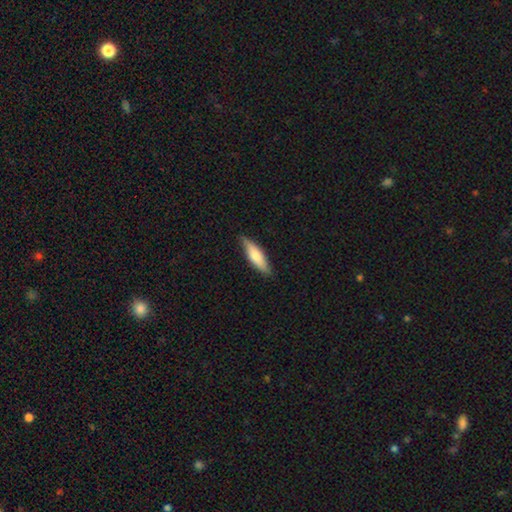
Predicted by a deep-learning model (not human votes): Q: Smooth or featured?
A: smooth (71%); runner-up: featured or disk (24%)
Q: How rounded?
A: cigar-shaped (58%); runner-up: in between (40%)
Q: Merging?
A: none (79%); runner-up: minor disturbance (18%)